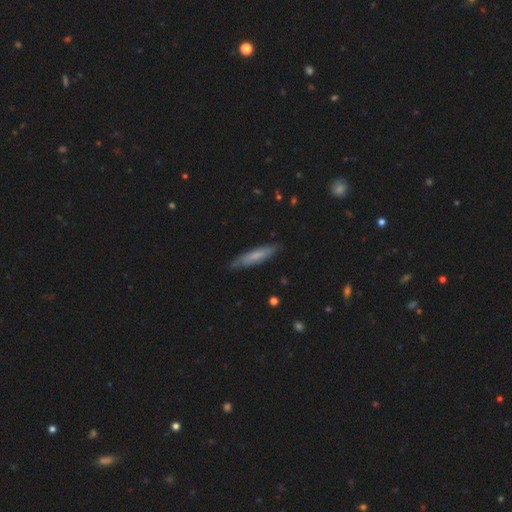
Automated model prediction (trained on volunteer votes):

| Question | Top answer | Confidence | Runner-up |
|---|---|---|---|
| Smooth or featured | smooth | 59% | featured or disk (35%) |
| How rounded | cigar-shaped | 83% | in between (15%) |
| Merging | none | 79% | minor disturbance (17%) |